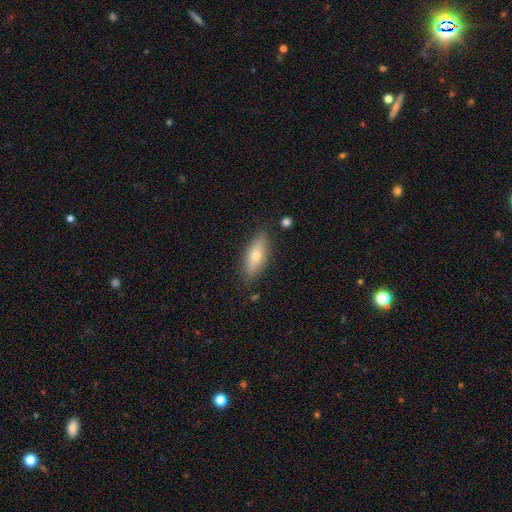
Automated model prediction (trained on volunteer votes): Smooth or featured? Predicted: smooth (p=0.62). How rounded? Predicted: in between (p=0.66). Merging? Predicted: none (p=0.84).